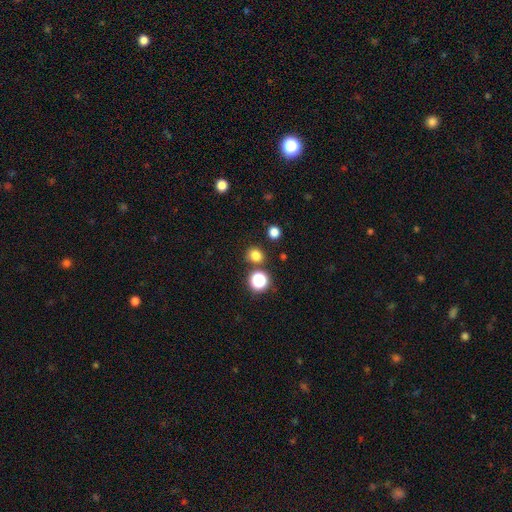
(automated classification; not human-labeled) Overall: smooth (78%). How rounded: round (84%). Merging: none (83%).